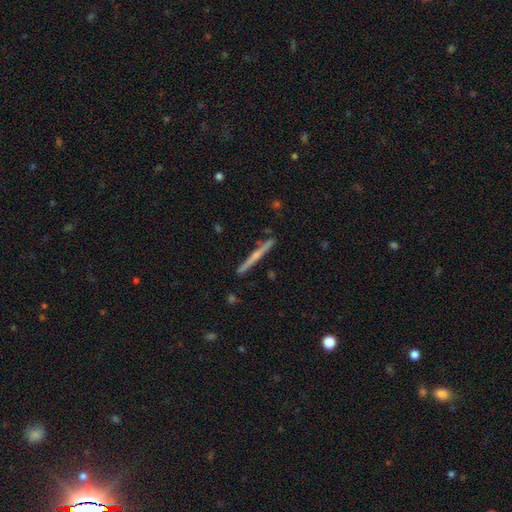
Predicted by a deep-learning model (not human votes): Q: Smooth or featured?
A: featured or disk (68%); runner-up: smooth (26%)
Q: Edge-on disk?
A: yes (98%); runner-up: no (2%)
Q: Edge-on bulge?
A: rounded (60%); runner-up: none (32%)
Q: Merging?
A: none (90%); runner-up: minor disturbance (7%)